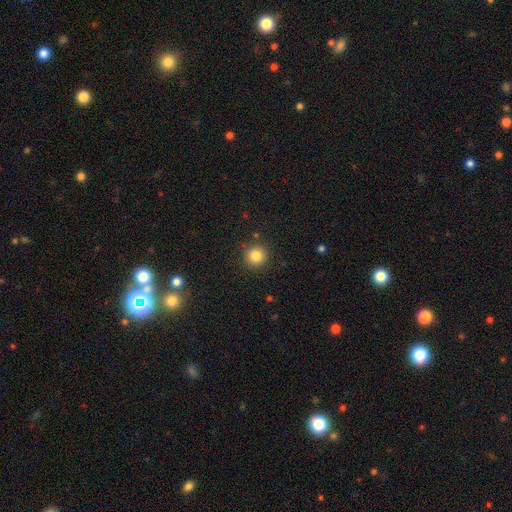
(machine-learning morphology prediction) This appears to be a smooth galaxy with no disk features (83%) that is round (94%). Merging: none (90%).